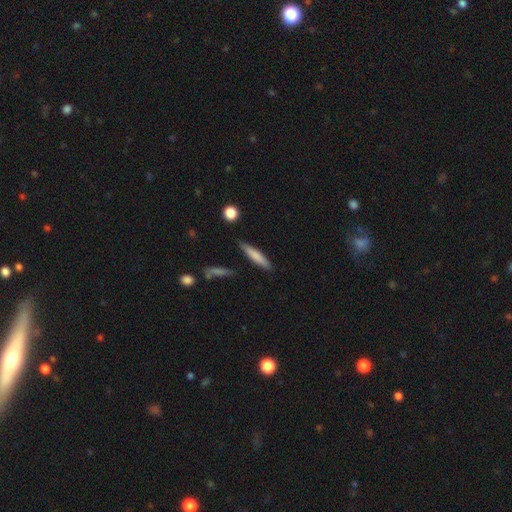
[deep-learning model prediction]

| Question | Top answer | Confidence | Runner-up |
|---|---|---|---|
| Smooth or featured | smooth | 76% | featured or disk (18%) |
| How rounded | cigar-shaped | 86% | in between (12%) |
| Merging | none | 84% | minor disturbance (11%) |